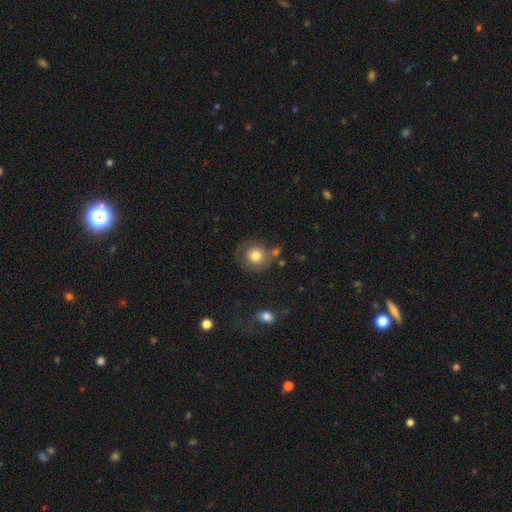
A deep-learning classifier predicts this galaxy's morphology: A smooth galaxy with no disk features (69%) that is round (87%).

Vote fractions:
- Smooth or featured? smooth: 69% / featured or disk: 23% / star or artifact: 8%
- How rounded? round: 87% / in between: 12% / cigar-shaped: 1%
- Merging? none: 59% / minor disturbance: 19% / major disturbance: 14% / merger: 8%